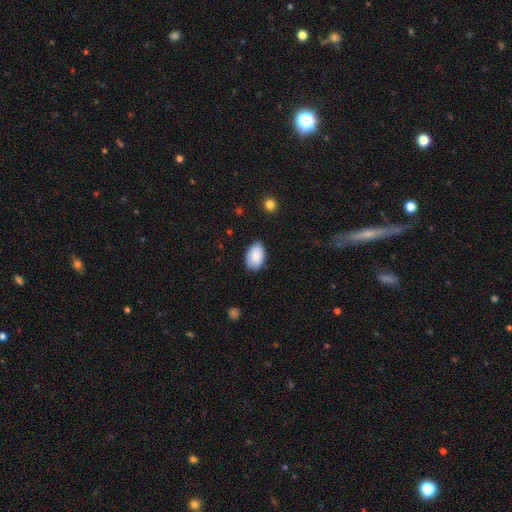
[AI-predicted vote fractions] Smooth or featured?
  - smooth: 88% *
  - star or artifact: 6%
  - featured or disk: 5%
How rounded?
  - in between: 91% *
  - round: 8%
  - cigar-shaped: 1%
Merging?
  - none: 83% *
  - minor disturbance: 13%
  - major disturbance: 3%
  - merger: 1%